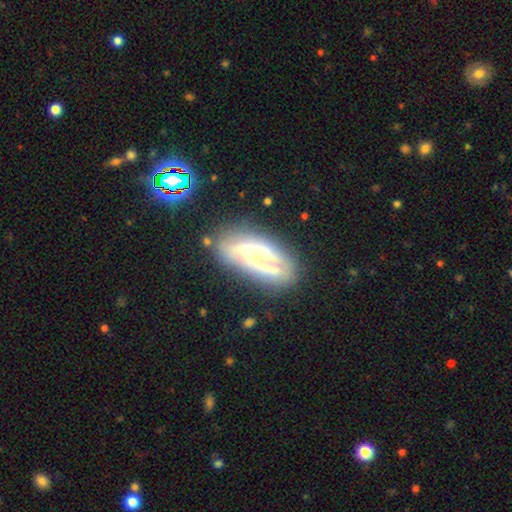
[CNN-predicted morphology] A featured or disk galaxy (53%). Merging: none (52%).